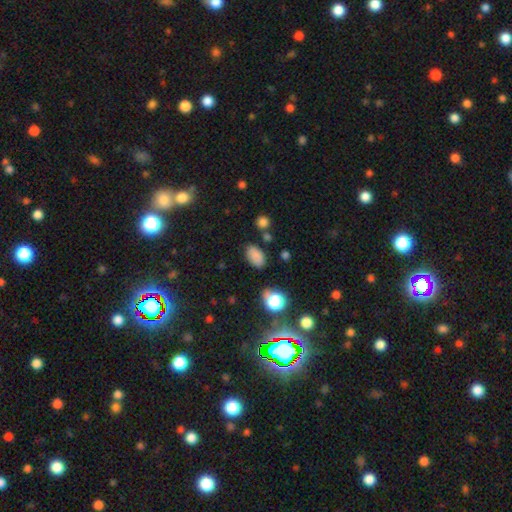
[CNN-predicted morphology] smooth-or-featured: smooth: 80% | star or artifact: 14% | featured or disk: 6%
  how-rounded: in between: 90% | round: 9% | cigar-shaped: 2%
  merging: none: 78% | minor disturbance: 15% | major disturbance: 4% | merger: 4%